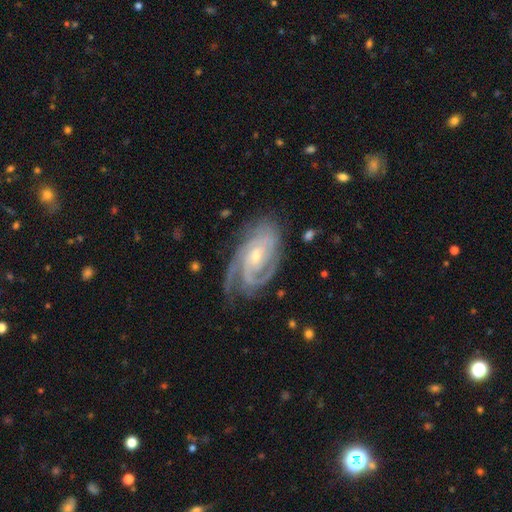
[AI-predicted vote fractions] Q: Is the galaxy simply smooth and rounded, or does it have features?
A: featured or disk — 90%.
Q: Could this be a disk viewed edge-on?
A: no — 96%.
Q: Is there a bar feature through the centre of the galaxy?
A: no — 54%.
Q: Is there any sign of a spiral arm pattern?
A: yes — 98%.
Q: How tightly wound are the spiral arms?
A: tight — 63%.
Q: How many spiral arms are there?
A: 2 — 35%.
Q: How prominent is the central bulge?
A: small — 64%.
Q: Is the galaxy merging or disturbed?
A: none — 67%.